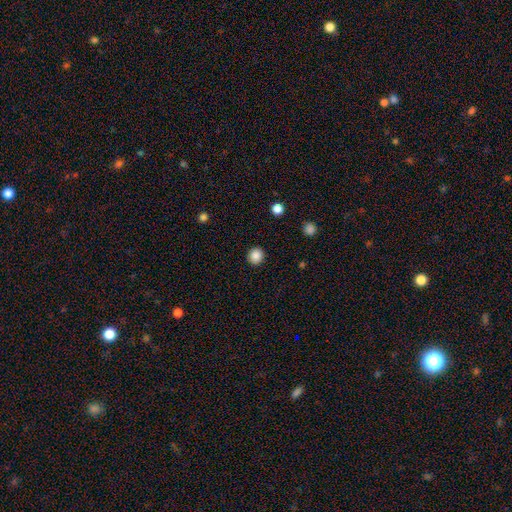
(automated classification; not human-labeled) smooth-or-featured: smooth: 87% | star or artifact: 10% | featured or disk: 3%
  how-rounded: round: 89% | in between: 10% | cigar-shaped: 1%
  merging: none: 92% | minor disturbance: 5% | major disturbance: 2% | merger: 1%